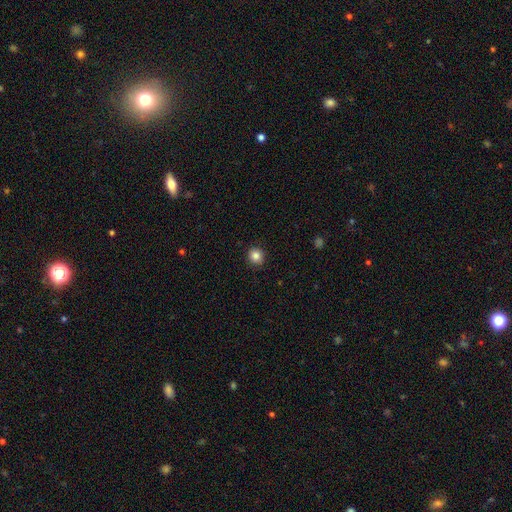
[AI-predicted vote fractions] A smooth galaxy with no disk features (85%) that is round (89%).

Vote fractions:
- Smooth or featured? smooth: 85% / star or artifact: 11% / featured or disk: 5%
- How rounded? round: 89% / in between: 10% / cigar-shaped: 1%
- Merging? none: 91% / minor disturbance: 6% / major disturbance: 2% / merger: 1%